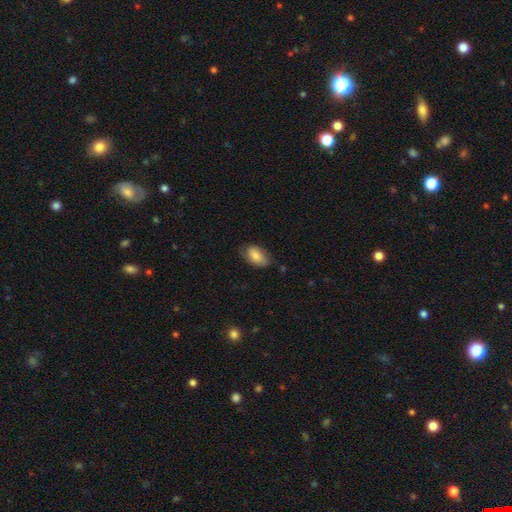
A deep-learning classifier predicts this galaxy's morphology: smooth_or_featured: smooth (p=0.74) [alt: featured or disk p=0.19]
how_rounded: in between (p=0.92) [alt: round p=0.06]
merging: none (p=0.60) [alt: minor disturbance p=0.30]